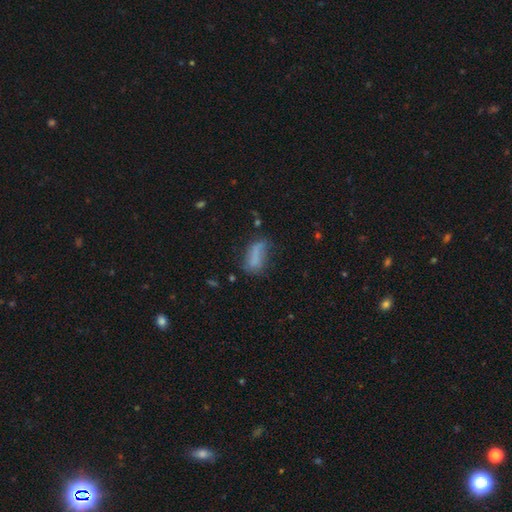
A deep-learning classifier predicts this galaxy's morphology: This is likely a smooth galaxy (64%). How rounded: likely in between (78%). Merging: marginally none (40%).